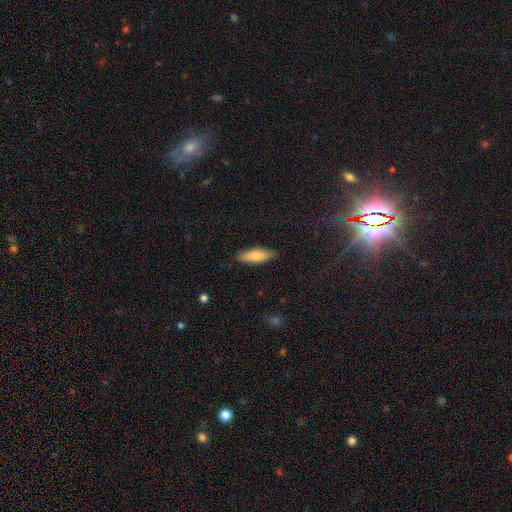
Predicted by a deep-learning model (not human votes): Overall: smooth (75%). How rounded: in between (53%; cigar-shaped 45%). Merging: none (87%).